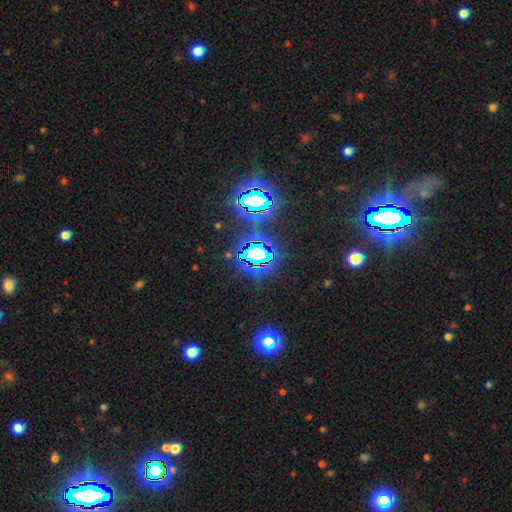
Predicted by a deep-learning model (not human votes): Smooth or featured?
  - star or artifact: 76% *
  - smooth: 14%
  - featured or disk: 10%